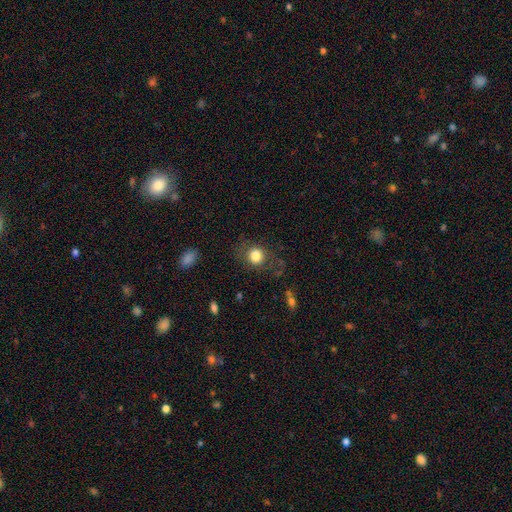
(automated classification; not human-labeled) Smooth or featured? smooth (80%)
How rounded? round (72%)
Merging? none (72%)